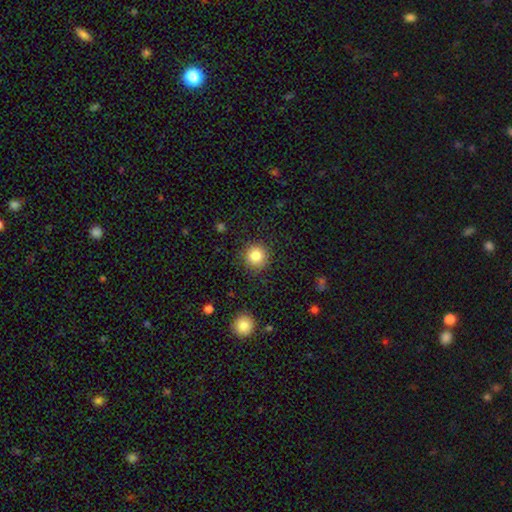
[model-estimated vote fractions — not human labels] This appears to be a smooth galaxy with no disk features (84%) that is round (94%). Merging: none (89%).